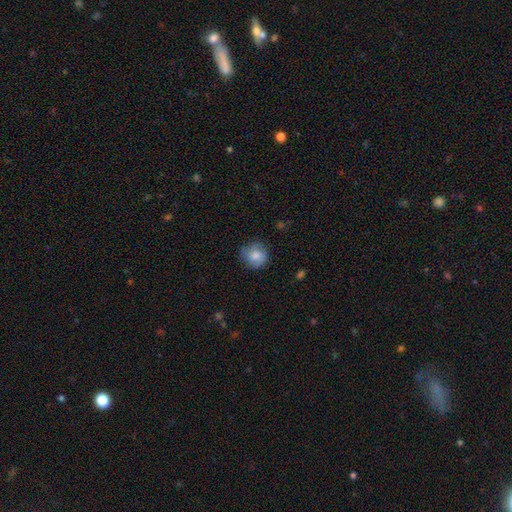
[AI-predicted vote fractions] Smooth or featured? Predicted: smooth (p=0.80). How rounded? Predicted: round (p=0.89). Merging? Predicted: none (p=0.77).